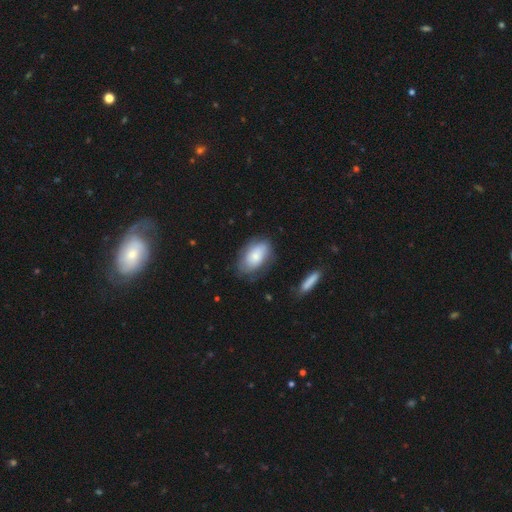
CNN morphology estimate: Smooth or featured? smooth (72%)
How rounded? in between (92%)
Merging? none (68%)